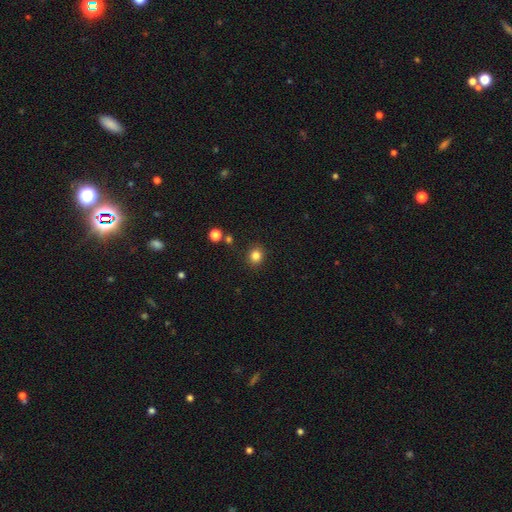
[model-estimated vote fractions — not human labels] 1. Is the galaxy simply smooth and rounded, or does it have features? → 83% smooth, 12% star or artifact, 5% featured or disk.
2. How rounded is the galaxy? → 81% round, 18% in between, 1% cigar-shaped.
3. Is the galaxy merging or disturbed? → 89% none, 7% minor disturbance, 2% major disturbance, 2% merger.